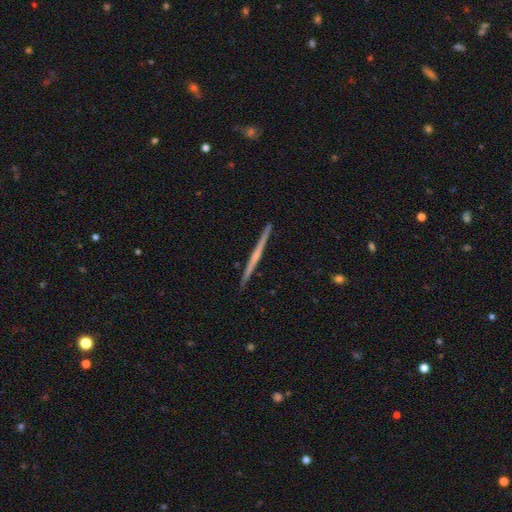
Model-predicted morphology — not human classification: Overall: featured or disk (69%). Edge-on disk: yes (99%). Edge-on bulge: none (72%). Merging: none (93%).